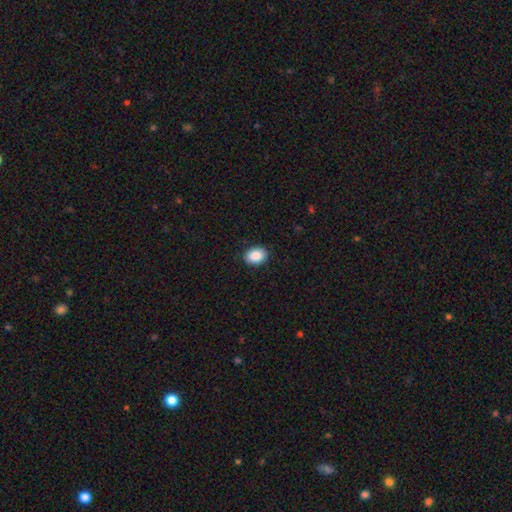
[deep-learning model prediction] smooth_or_featured: smooth (p=0.89) [alt: star or artifact p=0.07]
how_rounded: in between (p=0.73) [alt: round p=0.27]
merging: none (p=0.90) [alt: minor disturbance p=0.07]